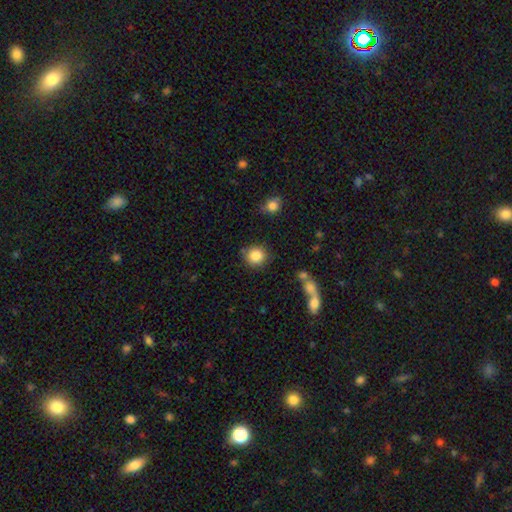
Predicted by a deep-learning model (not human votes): This is clearly a smooth galaxy (85%). How rounded: clearly round (89%). Merging: clearly none (83%).